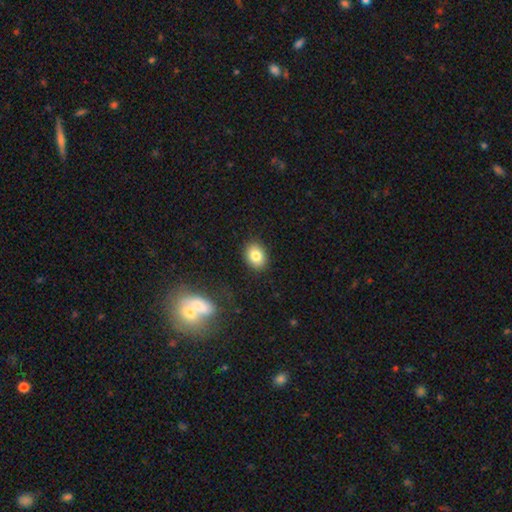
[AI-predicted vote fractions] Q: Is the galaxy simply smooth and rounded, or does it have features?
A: smooth — 82%.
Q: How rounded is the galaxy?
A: in between — 66%.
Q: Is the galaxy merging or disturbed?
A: none — 88%.